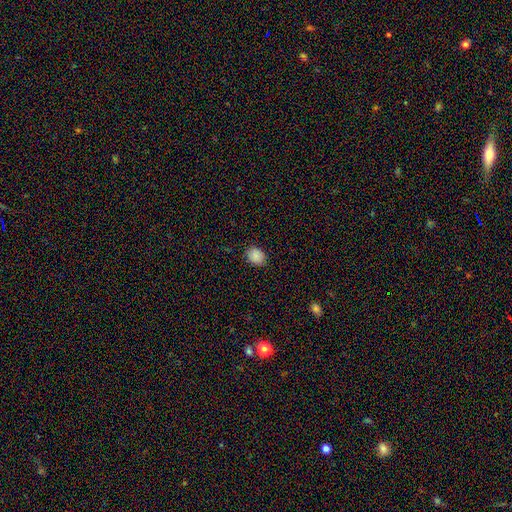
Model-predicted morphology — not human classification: smooth-or-featured: smooth: 88% | star or artifact: 9% | featured or disk: 3%
  how-rounded: round: 58% | in between: 41% | cigar-shaped: 1%
  merging: none: 87% | minor disturbance: 10% | major disturbance: 2% | merger: 1%